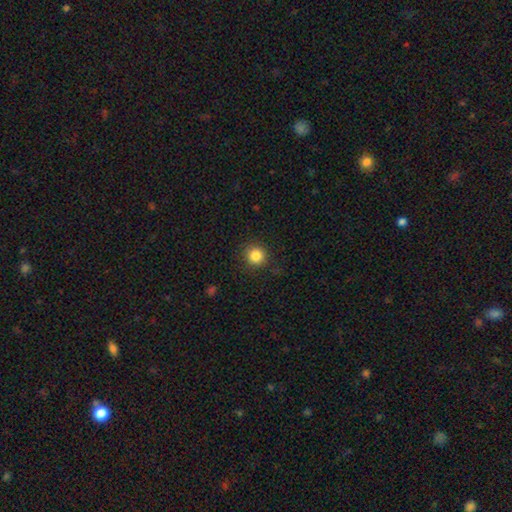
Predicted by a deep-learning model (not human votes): A smooth galaxy with no disk features (85%) that is round (93%). Merging: none (89%).